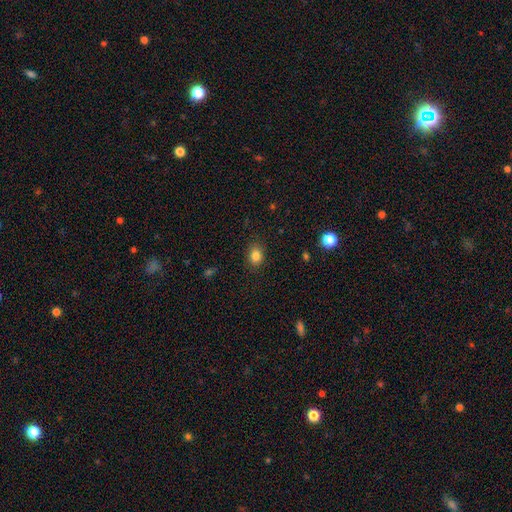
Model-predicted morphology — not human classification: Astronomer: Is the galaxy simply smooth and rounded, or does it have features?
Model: smooth — 83%.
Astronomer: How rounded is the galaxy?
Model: in between — 57% (runner-up: round, 42%).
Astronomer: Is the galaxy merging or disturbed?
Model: none — 87%.